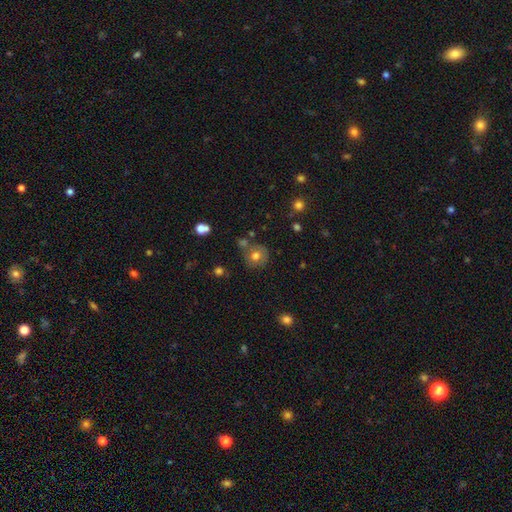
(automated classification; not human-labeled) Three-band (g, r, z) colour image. It shows a smooth galaxy with no disk features (71%) that is round (87%). Merging: none (69%).